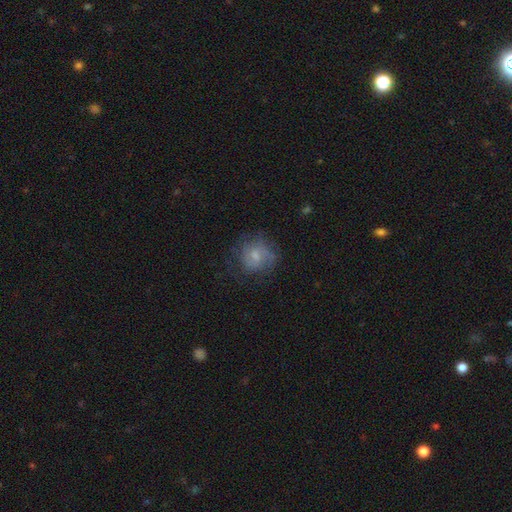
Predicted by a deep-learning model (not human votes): Smooth or featured?
  - smooth: 54% *
  - featured or disk: 37%
  - star or artifact: 9%
How rounded?
  - round: 80% *
  - in between: 19%
  - cigar-shaped: 1%
Merging?
  - none: 60% *
  - minor disturbance: 23%
  - major disturbance: 15%
  - merger: 2%